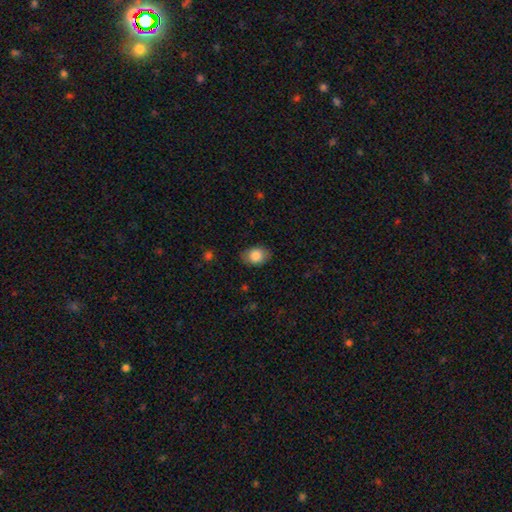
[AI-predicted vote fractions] smooth-or-featured: smooth: 84% | featured or disk: 8% | star or artifact: 7%
  how-rounded: in between: 75% | round: 24% | cigar-shaped: 1%
  merging: none: 83% | minor disturbance: 13% | major disturbance: 3% | merger: 1%